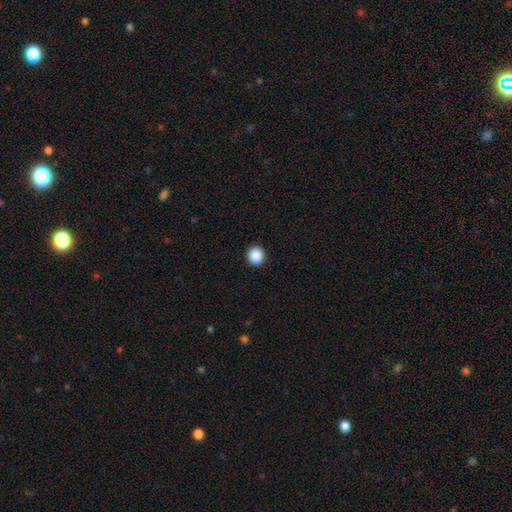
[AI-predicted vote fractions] A smooth galaxy with no disk features (89%) that is round (91%). Merging: none (93%).